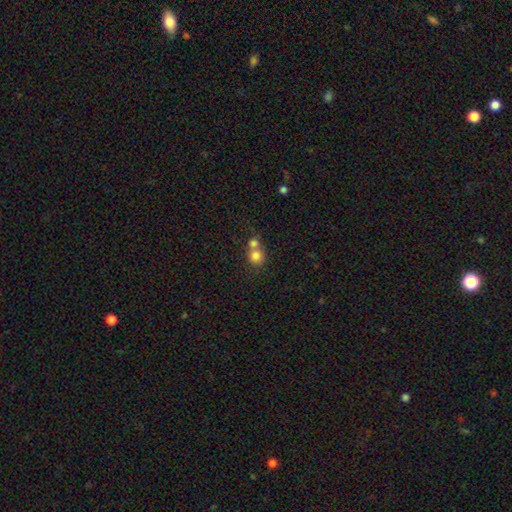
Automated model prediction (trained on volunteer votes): Smooth or featured?
  - smooth: 79% *
  - featured or disk: 11%
  - star or artifact: 10%
How rounded?
  - round: 82% *
  - in between: 17%
  - cigar-shaped: 1%
Merging?
  - merger: 58% *
  - none: 33%
  - minor disturbance: 6%
  - major disturbance: 3%